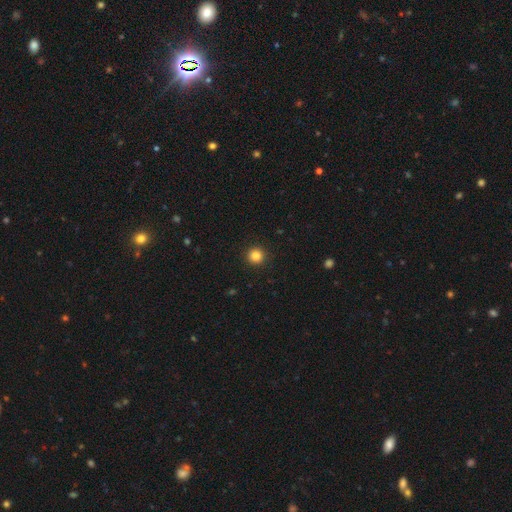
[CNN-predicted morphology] Smooth or featured?
  - smooth: 85% *
  - star or artifact: 11%
  - featured or disk: 4%
How rounded?
  - round: 95% *
  - in between: 4%
  - cigar-shaped: 1%
Merging?
  - none: 93% *
  - minor disturbance: 4%
  - major disturbance: 2%
  - merger: 1%